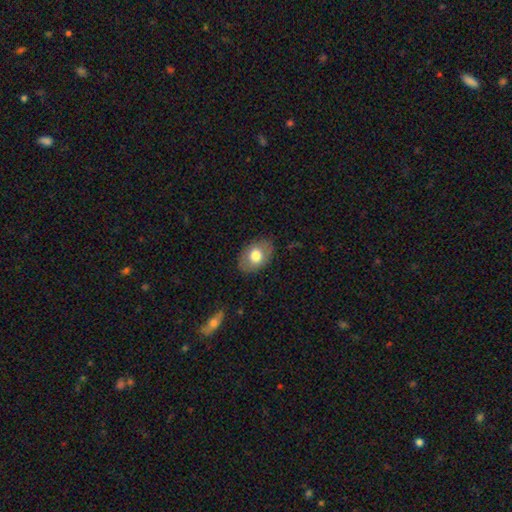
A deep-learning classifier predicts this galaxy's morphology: Smooth or featured: smooth — 73% (featured or disk — 20%)
How rounded: in between — 82% (round — 17%)
Merging: none — 84% (minor disturbance — 12%)